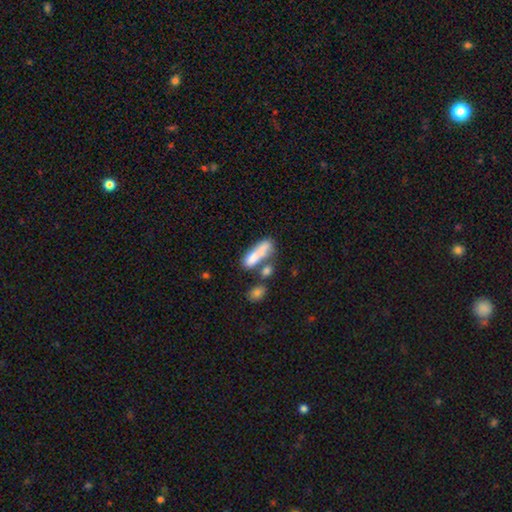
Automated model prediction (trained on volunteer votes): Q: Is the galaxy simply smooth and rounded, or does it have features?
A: smooth — 71%.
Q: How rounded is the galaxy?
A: in between — 50%.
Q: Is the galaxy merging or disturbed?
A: merger — 39%.